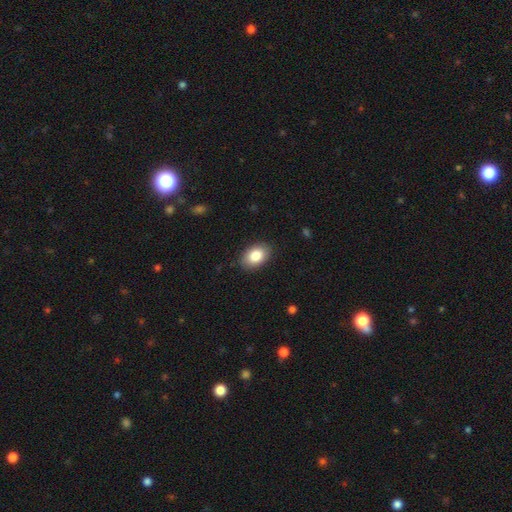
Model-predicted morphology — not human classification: Smooth or featured?
  - smooth: 85% *
  - featured or disk: 8%
  - star or artifact: 7%
How rounded?
  - in between: 88% *
  - round: 11%
  - cigar-shaped: 1%
Merging?
  - none: 88% *
  - minor disturbance: 9%
  - major disturbance: 2%
  - merger: 1%